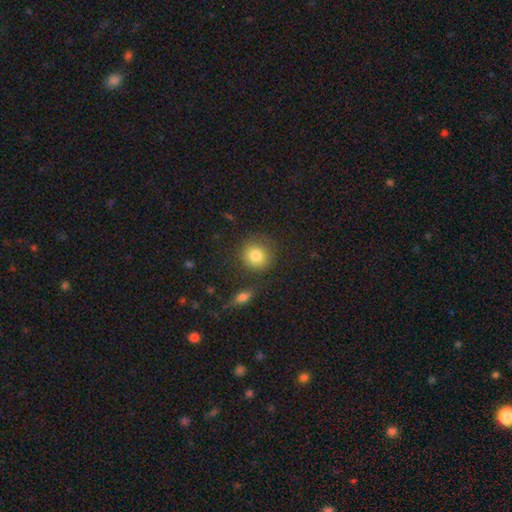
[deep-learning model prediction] smooth 82%, star or artifact 10%, featured or disk 8%. Down the decision tree: how rounded — round (89%); merging — none (81%).